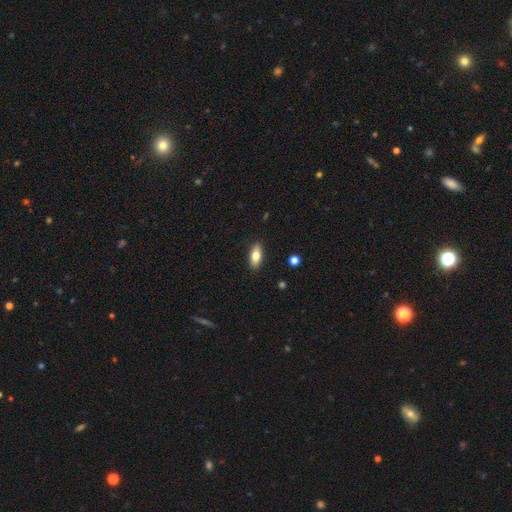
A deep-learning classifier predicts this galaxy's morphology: smooth-or-featured: smooth: 75% | featured or disk: 18% | star or artifact: 7%
  how-rounded: in between: 80% | cigar-shaped: 17% | round: 3%
  merging: none: 89% | minor disturbance: 8% | major disturbance: 2% | merger: 1%